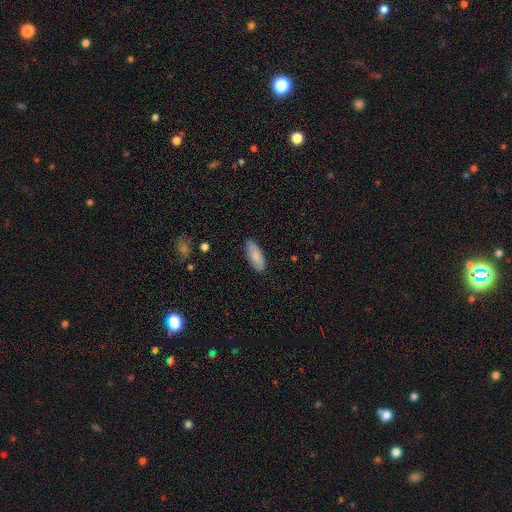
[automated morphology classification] Smooth or featured: smooth — 86% (featured or disk — 8%)
How rounded: in between — 79% (cigar-shaped — 19%)
Merging: none — 87% (minor disturbance — 10%)